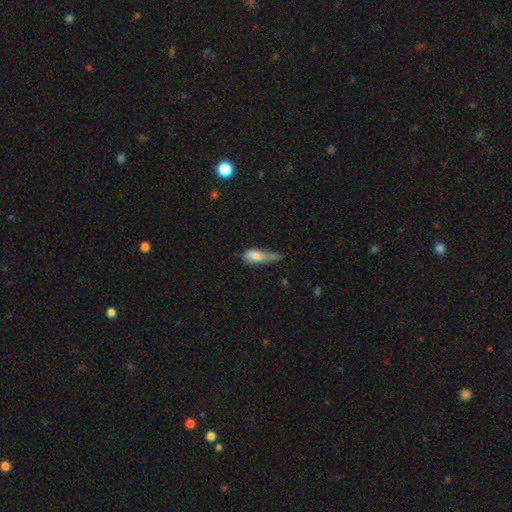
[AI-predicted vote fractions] The model was most divided on "merging": major disturbance: 37%, minor disturbance: 34%, none: 20%, merger: 9%. More confident: smooth or featured — smooth (72%); how rounded — in between (61%).